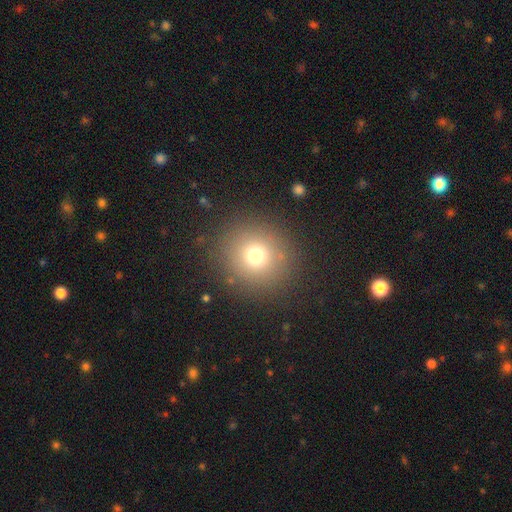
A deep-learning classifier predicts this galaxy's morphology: type=smooth (73%); roundness=round (92%); merging=none (87%).